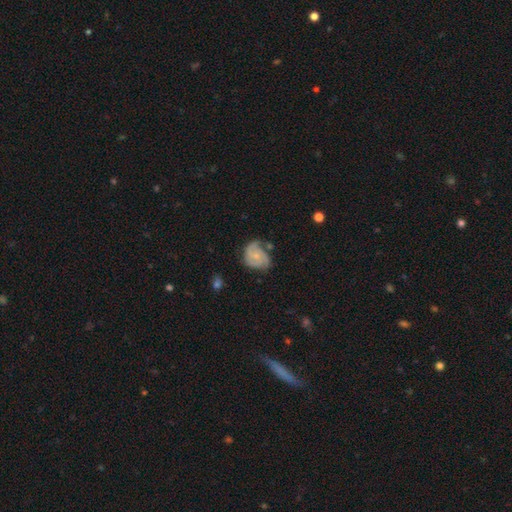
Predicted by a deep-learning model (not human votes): Morphology: type=featured or disk (75%); edge-on=no (98%); bar=no (70%); spiral arms=yes (94%); winding=tight (47%); arm count=3 (38%); bulge=small (63%); merging=none (51%).